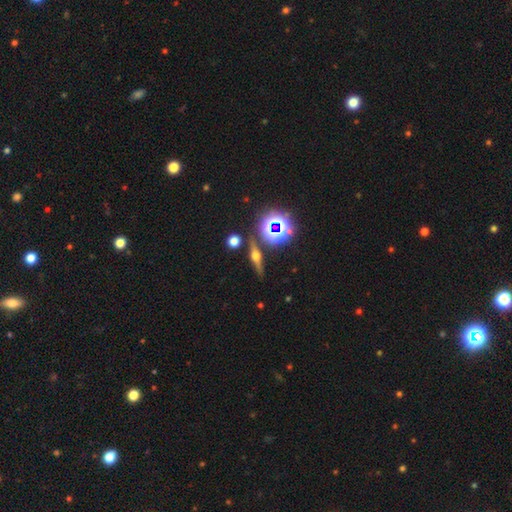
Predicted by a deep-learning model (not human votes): smooth_or_featured: featured or disk (p=0.59) [alt: smooth p=0.21]
disk_edge_on: yes (p=0.92) [alt: no p=0.08]
edge_on_bulge: rounded (p=0.94) [alt: boxy p=0.04]
merging: none (p=0.85) [alt: minor disturbance p=0.08]